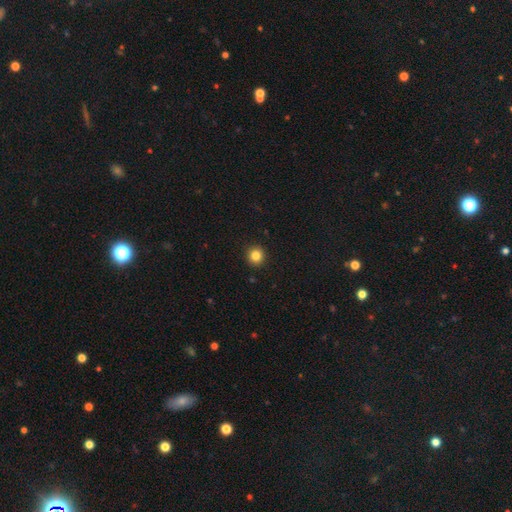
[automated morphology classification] Overall: smooth (83%). How rounded: round (94%). Merging: none (93%).